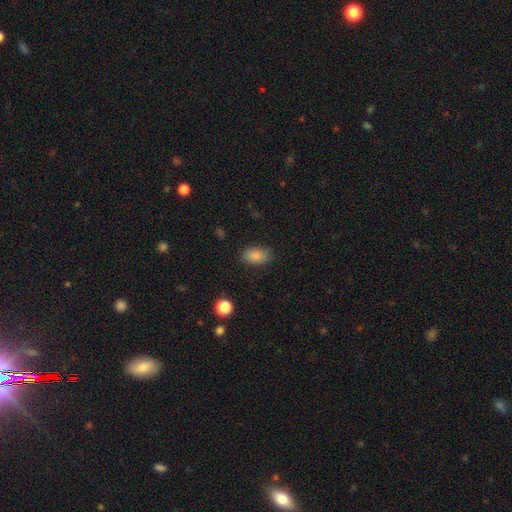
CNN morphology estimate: type=smooth (85%); roundness=in between (90%); merging=none (84%).